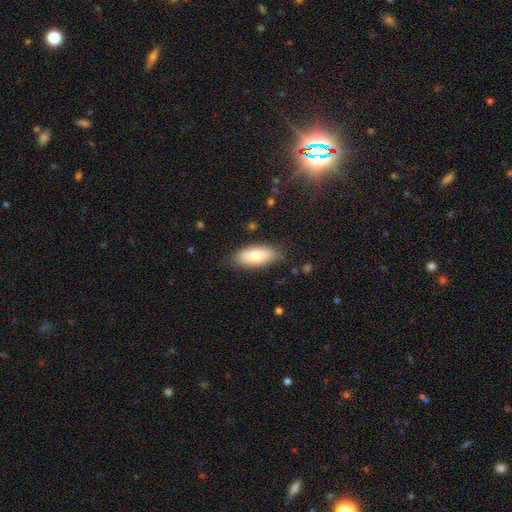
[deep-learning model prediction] Smooth or featured: smooth — 76% (featured or disk — 18%)
How rounded: in between — 87% (cigar-shaped — 11%)
Merging: none — 82% (minor disturbance — 14%)